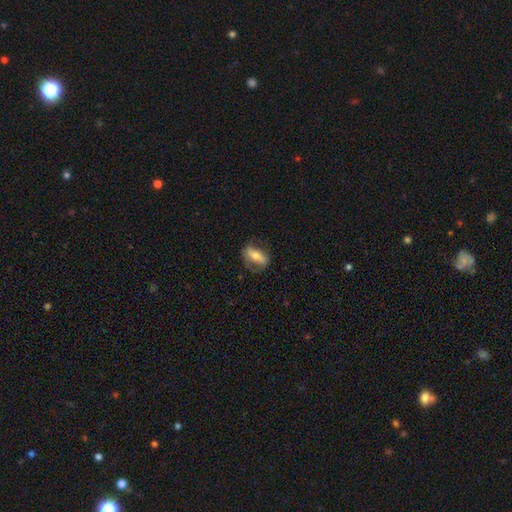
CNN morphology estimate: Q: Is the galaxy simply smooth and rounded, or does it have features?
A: smooth — 50%.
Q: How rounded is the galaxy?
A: in between — 73%.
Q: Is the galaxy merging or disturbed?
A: none — 71%.